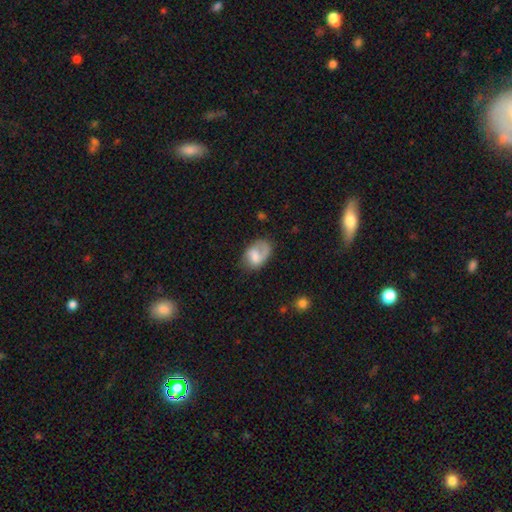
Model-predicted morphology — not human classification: smooth_or_featured: smooth (p=0.60) [alt: featured or disk p=0.32]
how_rounded: in between (p=0.85) [alt: round p=0.14]
merging: none (p=0.47) [alt: minor disturbance p=0.29]